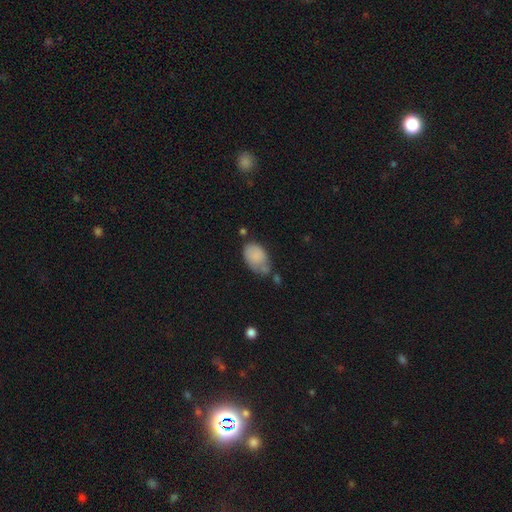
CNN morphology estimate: Smooth or featured?
  - smooth: 83% *
  - featured or disk: 10%
  - star or artifact: 7%
How rounded?
  - in between: 90% *
  - round: 9%
  - cigar-shaped: 1%
Merging?
  - none: 43% *
  - minor disturbance: 33%
  - merger: 13%
  - major disturbance: 11%